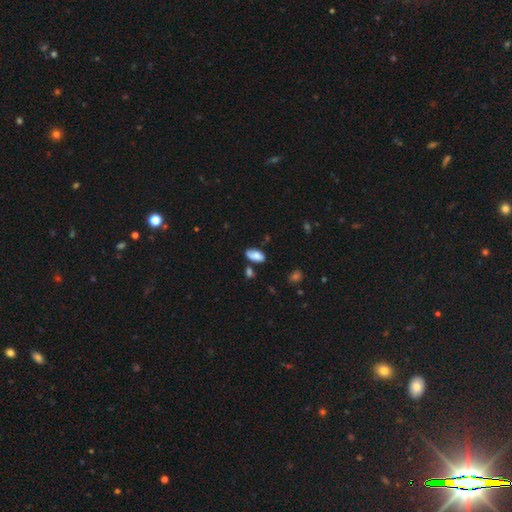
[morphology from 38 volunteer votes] type=smooth (84%); roundness=in between (100%); merging=none (94%).